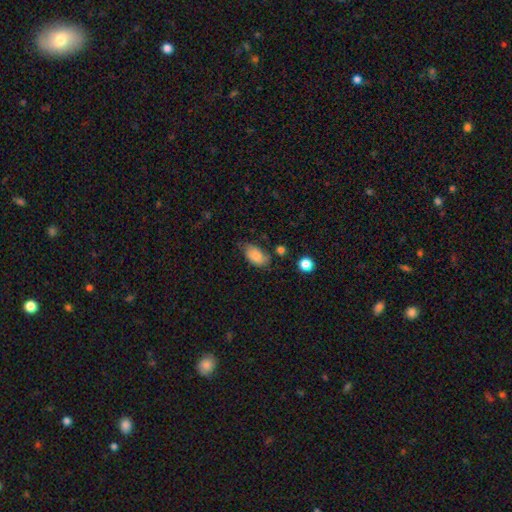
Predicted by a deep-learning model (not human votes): Morphology: type=smooth (83%); roundness=in between (92%); merging=none (57%).